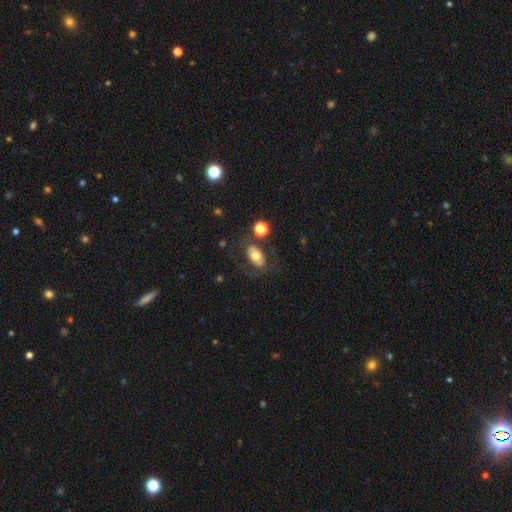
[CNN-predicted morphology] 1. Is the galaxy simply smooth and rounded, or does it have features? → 63% smooth, 29% featured or disk, 8% star or artifact.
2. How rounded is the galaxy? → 88% in between, 10% round, 2% cigar-shaped.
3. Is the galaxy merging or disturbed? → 64% none, 16% minor disturbance, 12% major disturbance, 8% merger.